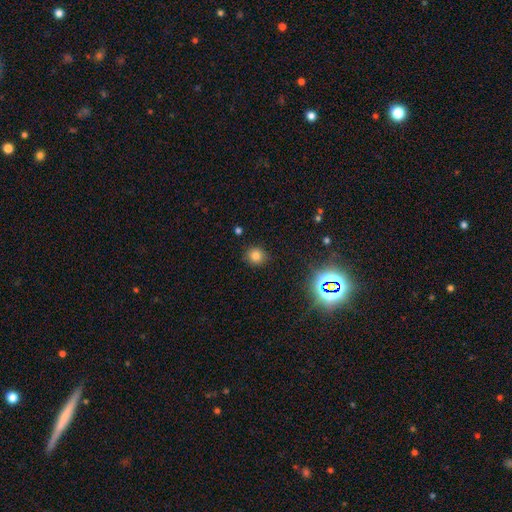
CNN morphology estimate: The model was most divided on "smooth or featured": smooth: 78%, star or artifact: 16%, featured or disk: 6%. More confident: merging — none (88%); how rounded — round (88%).